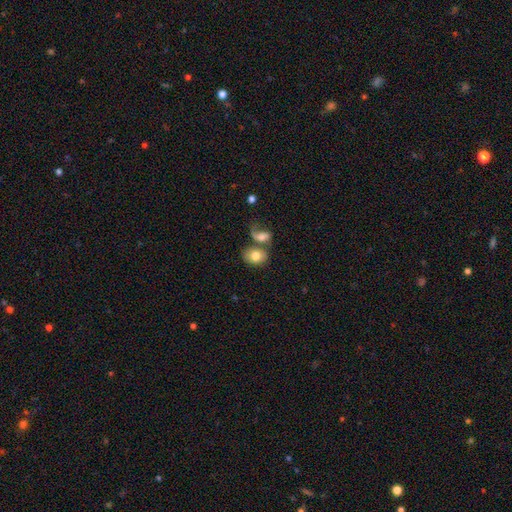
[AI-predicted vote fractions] Smooth or featured: smooth — 74% (featured or disk — 18%)
How rounded: in between — 63% (round — 36%)
Merging: merger — 44% (none — 35%)